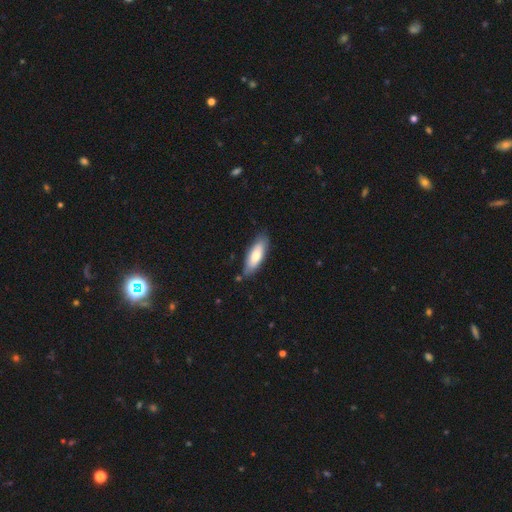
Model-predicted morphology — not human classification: type=smooth (74%); roundness=in between (58%); merging=none (81%).